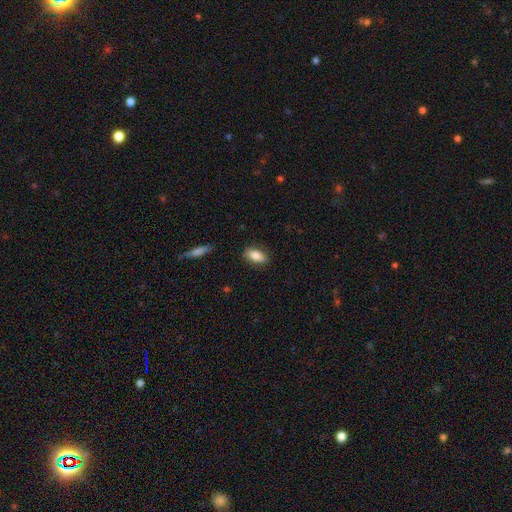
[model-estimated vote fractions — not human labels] A smooth galaxy with no disk features (84%) that is in between round and cigar-shaped (89%).

Vote fractions:
- Smooth or featured? smooth: 84% / featured or disk: 9% / star or artifact: 7%
- How rounded? in between: 89% / cigar-shaped: 8% / round: 3%
- Merging? none: 85% / minor disturbance: 11% / major disturbance: 2% / merger: 1%